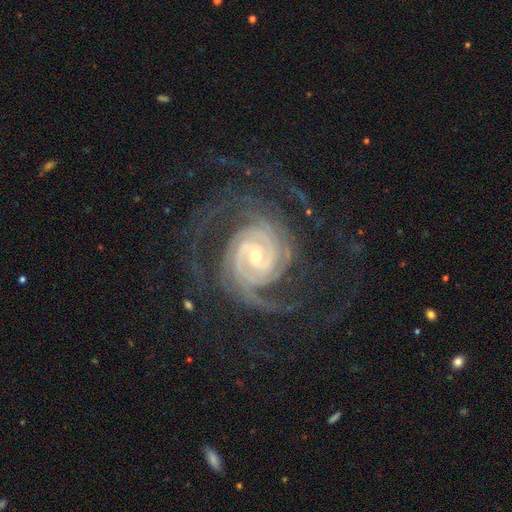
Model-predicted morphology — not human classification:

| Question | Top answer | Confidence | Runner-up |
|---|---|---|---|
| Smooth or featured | featured or disk | 93% | star or artifact (5%) |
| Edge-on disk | no | 98% | yes (2%) |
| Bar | weak | 41% | no (33%) |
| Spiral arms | yes | 99% | no (1%) |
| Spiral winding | tight | 73% | medium (22%) |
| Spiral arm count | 2 | 32% | 3 (20%) |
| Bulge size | small | 58% | moderate (38%) |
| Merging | none | 71% | major disturbance (14%) |